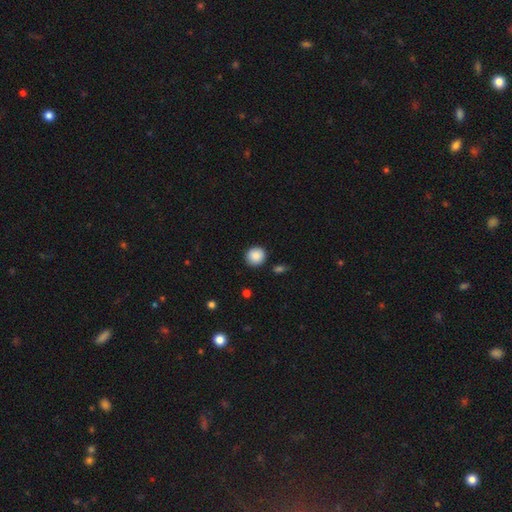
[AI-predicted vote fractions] Overall: smooth (88%). How rounded: round (91%). Merging: none (89%).